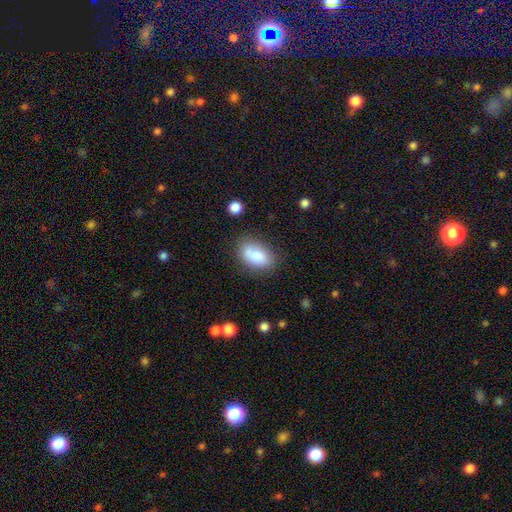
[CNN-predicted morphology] Overall: smooth (78%). How rounded: in between (89%). Merging: none (72%).